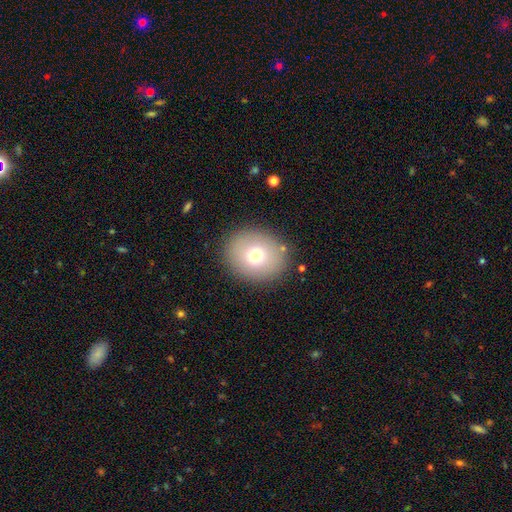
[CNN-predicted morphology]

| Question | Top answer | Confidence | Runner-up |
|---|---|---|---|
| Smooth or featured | smooth | 72% | featured or disk (16%) |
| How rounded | round | 72% | in between (28%) |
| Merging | none | 87% | minor disturbance (8%) |